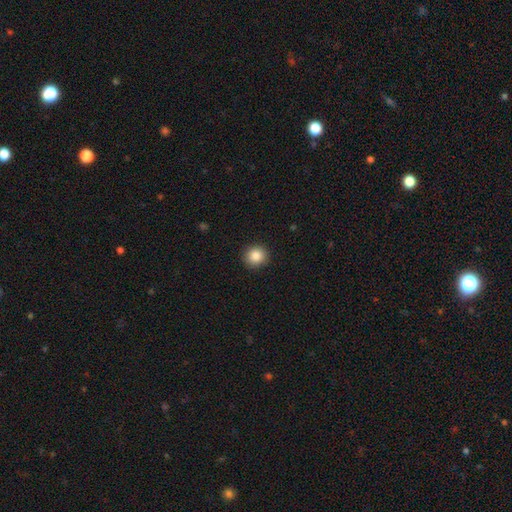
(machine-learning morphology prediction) smooth-or-featured: smooth: 86% | star or artifact: 9% | featured or disk: 4%
  how-rounded: round: 91% | in between: 8% | cigar-shaped: 1%
  merging: none: 91% | minor disturbance: 6% | major disturbance: 2% | merger: 1%